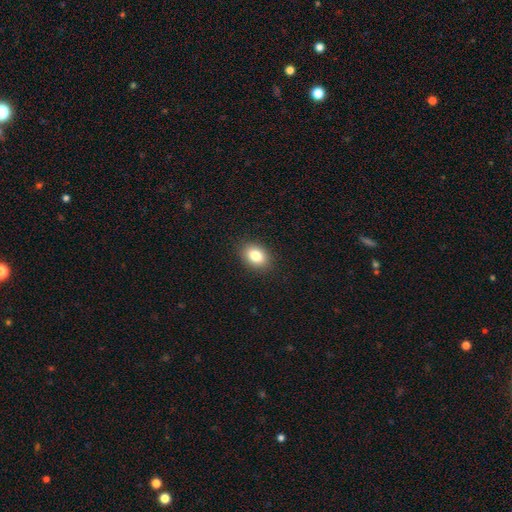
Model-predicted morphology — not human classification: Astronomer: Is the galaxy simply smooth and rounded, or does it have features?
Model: smooth — 83%.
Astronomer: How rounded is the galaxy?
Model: in between — 74%.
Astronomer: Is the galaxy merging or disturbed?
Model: none — 89%.